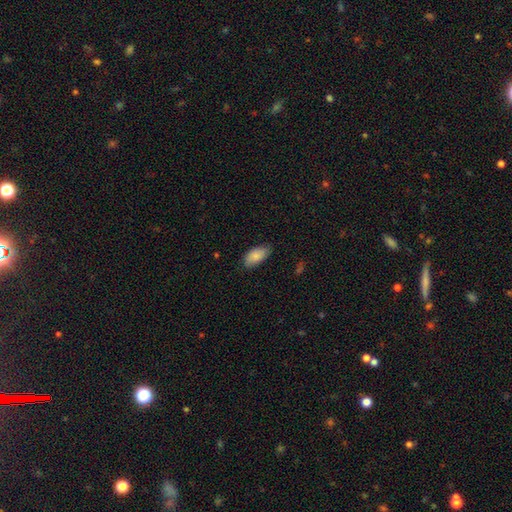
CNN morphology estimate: A smooth galaxy with no disk features (86%) that is in between round and cigar-shaped (93%).

Vote fractions:
- Smooth or featured? smooth: 86% / featured or disk: 8% / star or artifact: 6%
- How rounded? in between: 93% / cigar-shaped: 4% / round: 2%
- Merging? none: 77% / minor disturbance: 19% / major disturbance: 3% / merger: 1%